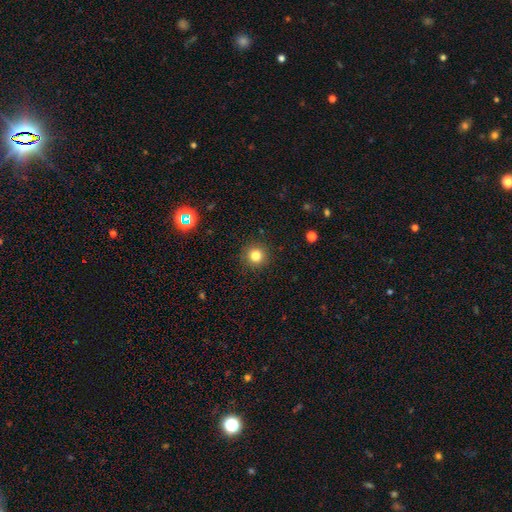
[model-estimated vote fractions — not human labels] smooth 81%, star or artifact 13%, featured or disk 6%. Down the decision tree: how rounded — round (94%); merging — none (91%).